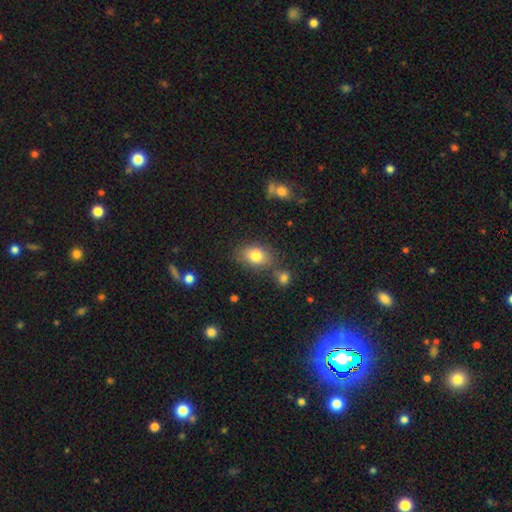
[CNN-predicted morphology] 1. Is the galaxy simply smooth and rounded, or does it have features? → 80% smooth, 10% featured or disk, 9% star or artifact.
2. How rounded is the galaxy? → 77% in between, 22% round, 1% cigar-shaped.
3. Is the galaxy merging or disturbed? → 69% none, 17% minor disturbance, 9% merger, 5% major disturbance.